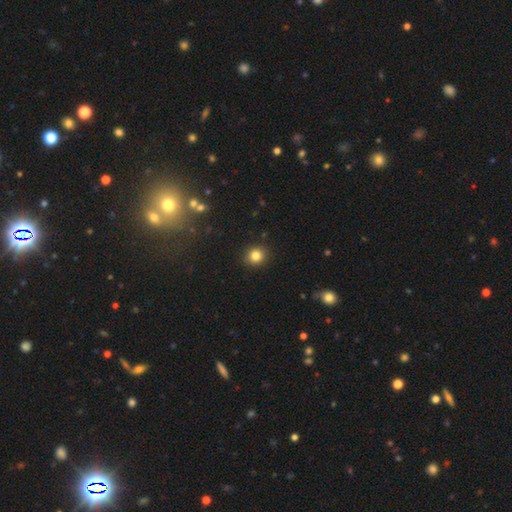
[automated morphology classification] Smooth or featured?
  - smooth: 83% *
  - star or artifact: 12%
  - featured or disk: 5%
How rounded?
  - round: 87% *
  - in between: 13%
  - cigar-shaped: 1%
Merging?
  - none: 91% *
  - minor disturbance: 6%
  - major disturbance: 2%
  - merger: 1%